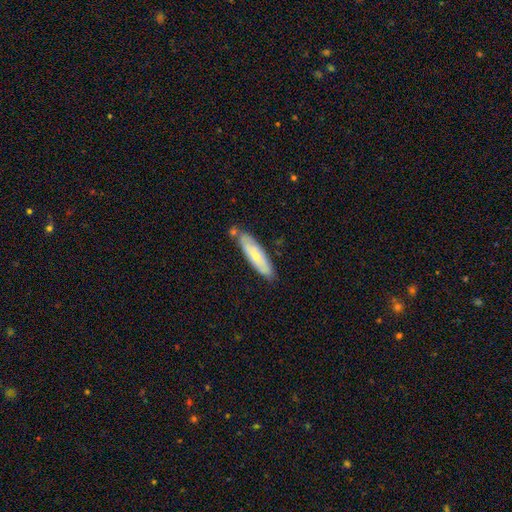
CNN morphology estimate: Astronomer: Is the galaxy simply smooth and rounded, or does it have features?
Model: smooth — 63%.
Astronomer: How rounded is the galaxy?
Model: cigar-shaped — 68%.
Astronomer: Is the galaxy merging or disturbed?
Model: none — 74%.